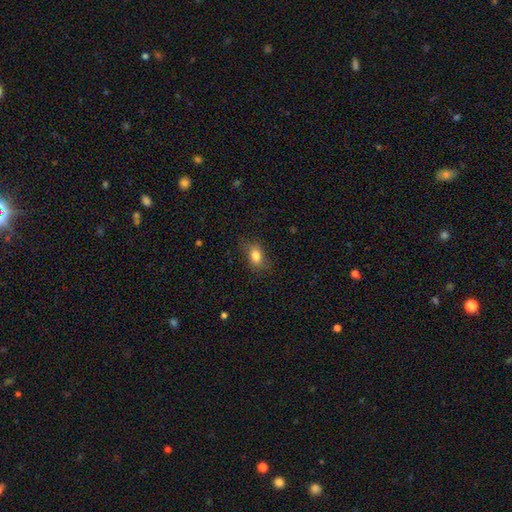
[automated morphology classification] Q: Smooth or featured?
A: smooth (81%); runner-up: star or artifact (10%)
Q: How rounded?
A: in between (76%); runner-up: round (21%)
Q: Merging?
A: none (77%); runner-up: minor disturbance (17%)